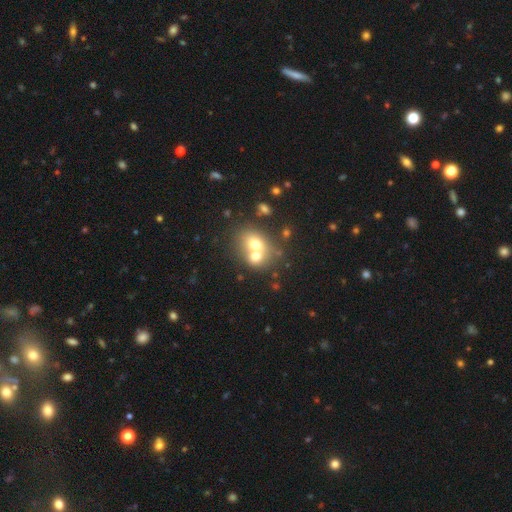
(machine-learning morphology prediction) Smooth or featured? Predicted: smooth (p=0.65). How rounded? Predicted: round (p=0.57). Merging? Predicted: merger (p=0.64).